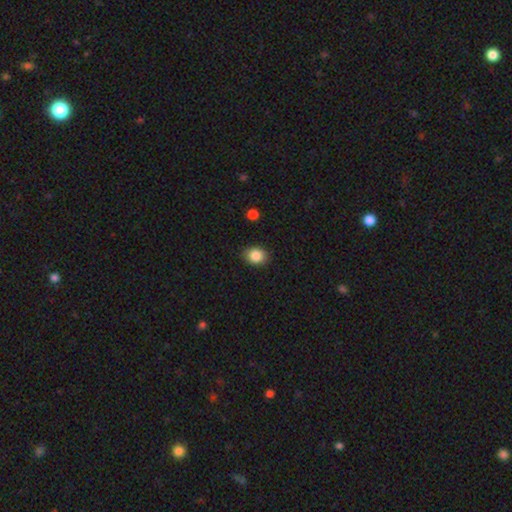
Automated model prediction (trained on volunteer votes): Overall: smooth (86%). How rounded: round (53%; in between 46%). Merging: none (88%).